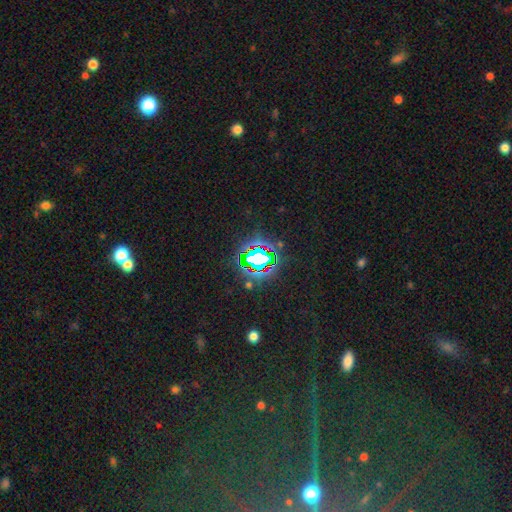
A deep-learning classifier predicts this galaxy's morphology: Smooth or featured: star or artifact — 73% (smooth — 16%)